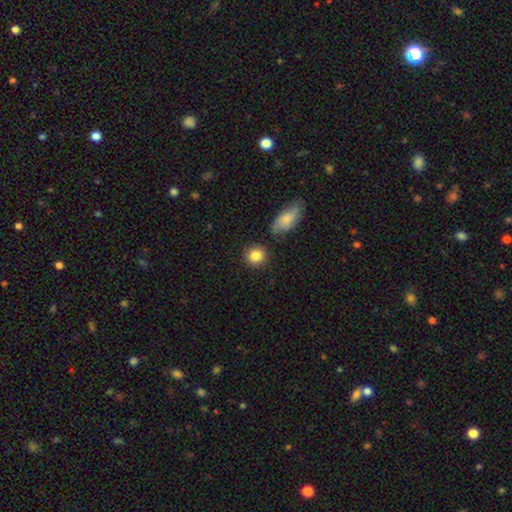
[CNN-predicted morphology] This is clearly a smooth galaxy (85%). How rounded: clearly round (86%). Merging: clearly none (83%).